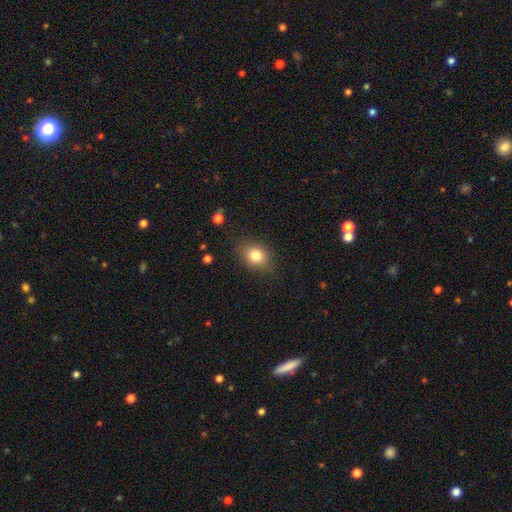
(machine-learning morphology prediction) smooth-or-featured: smooth: 81% | star or artifact: 10% | featured or disk: 9%
  how-rounded: in between: 57% | round: 42% | cigar-shaped: 1%
  merging: none: 83% | minor disturbance: 13% | major disturbance: 3% | merger: 1%